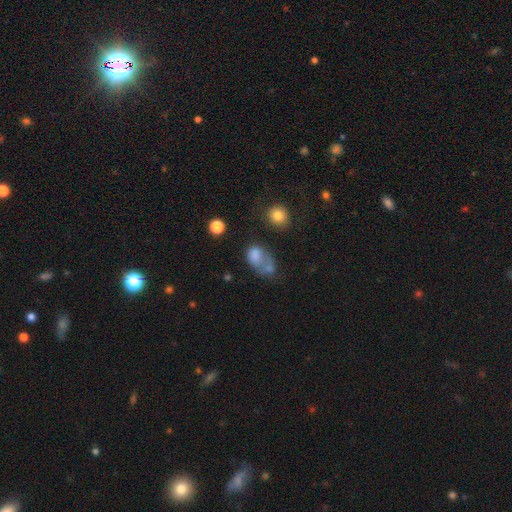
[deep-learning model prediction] smooth-or-featured: smooth: 70% | featured or disk: 17% | star or artifact: 13%
  how-rounded: in between: 74% | round: 25% | cigar-shaped: 2%
  merging: merger: 39% | none: 24% | major disturbance: 21% | minor disturbance: 17%